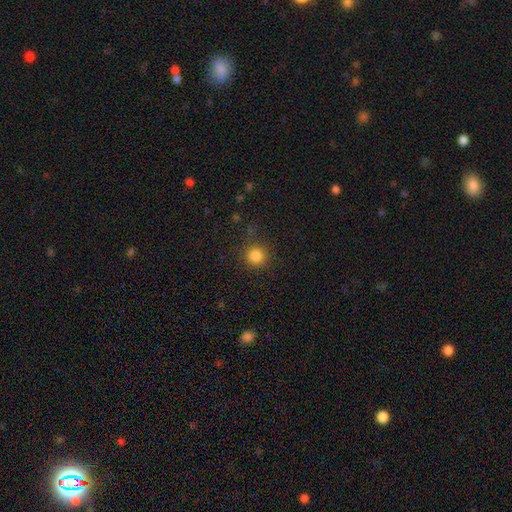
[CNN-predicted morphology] Overall: smooth (83%). How rounded: round (94%). Merging: none (86%).